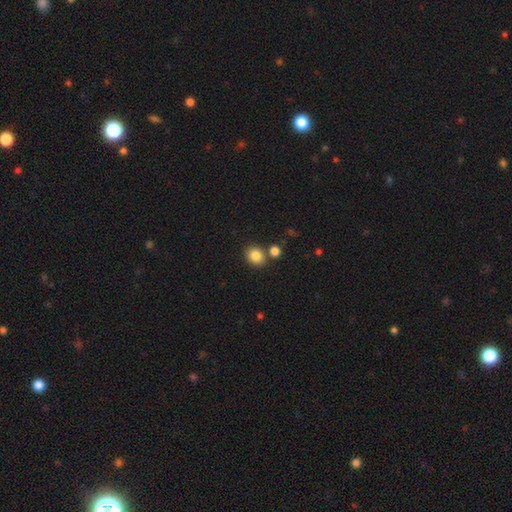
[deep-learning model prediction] The model was most divided on "how rounded": round: 66%, in between: 33%, cigar-shaped: 1%. More confident: smooth or featured — smooth (83%); merging — none (74%).